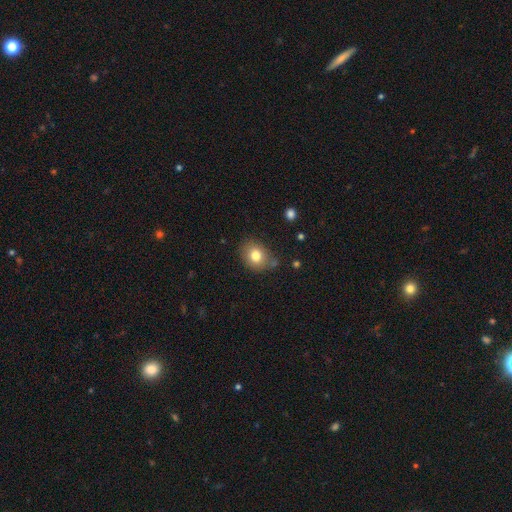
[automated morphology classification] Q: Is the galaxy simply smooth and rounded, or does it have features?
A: smooth — 78%.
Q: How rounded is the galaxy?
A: round — 50%.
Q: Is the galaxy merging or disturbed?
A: none — 71%.